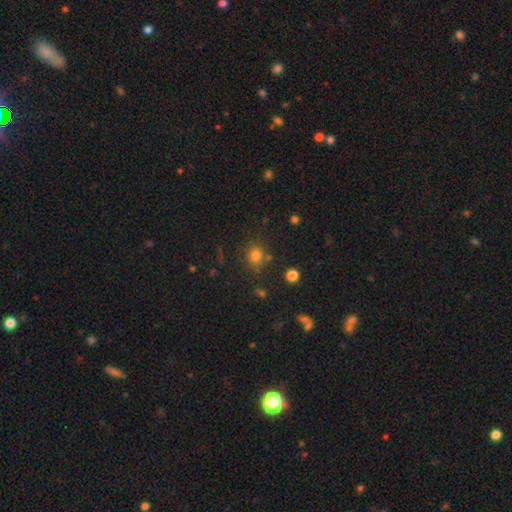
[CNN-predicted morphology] smooth 77%, star or artifact 16%, featured or disk 7%. Down the decision tree: how rounded — round (79%); merging — none (77%).